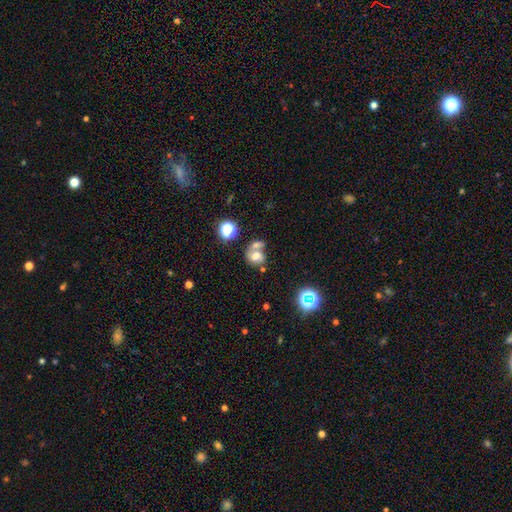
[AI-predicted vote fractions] Smooth or featured? smooth (56%)
How rounded? round (51%)
Merging? merger (62%)